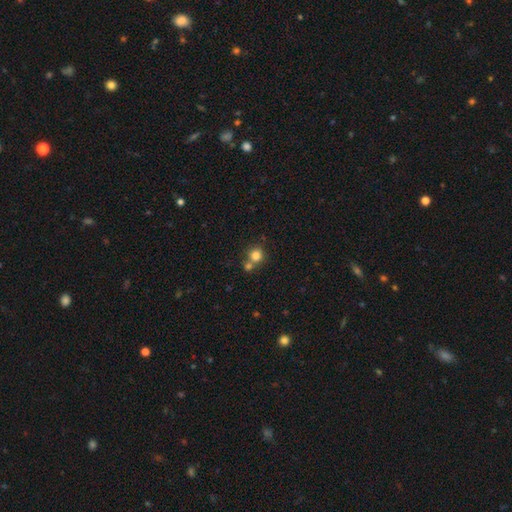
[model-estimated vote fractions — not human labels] Smooth or featured?
  - smooth: 80% *
  - star or artifact: 12%
  - featured or disk: 8%
How rounded?
  - round: 90% *
  - in between: 10%
  - cigar-shaped: 1%
Merging?
  - none: 56% *
  - merger: 33%
  - minor disturbance: 8%
  - major disturbance: 3%